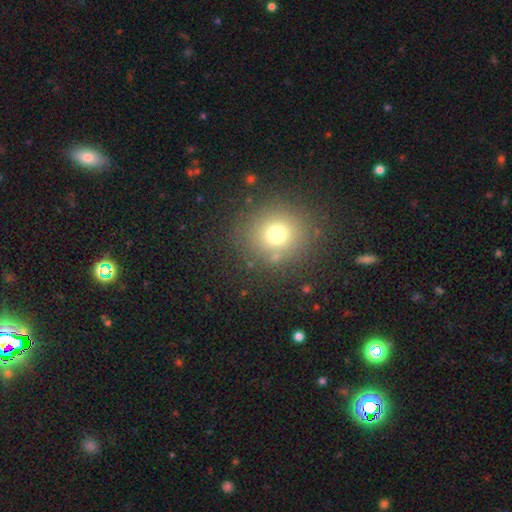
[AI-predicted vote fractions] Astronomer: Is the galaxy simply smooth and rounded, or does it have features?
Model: smooth — 65%.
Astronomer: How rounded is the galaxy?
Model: round — 90%.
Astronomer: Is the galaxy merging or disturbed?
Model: none — 87%.